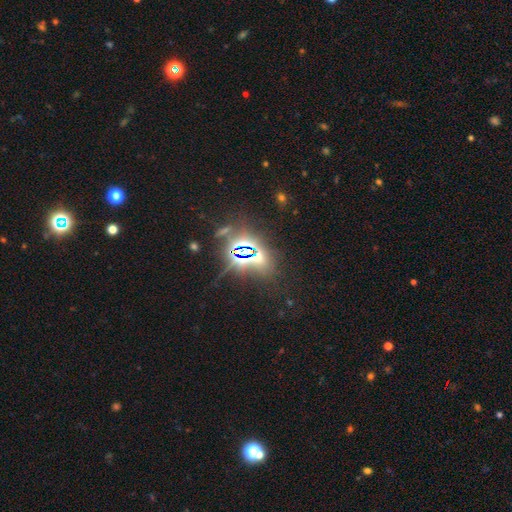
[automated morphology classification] The model was most divided on "smooth or featured": star or artifact: 72%, smooth: 19%, featured or disk: 9%.